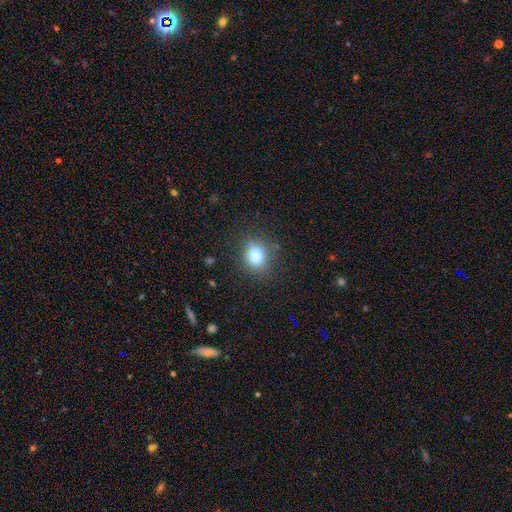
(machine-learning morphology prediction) Overall: smooth (82%). How rounded: round (58%; in between 41%). Merging: none (78%).